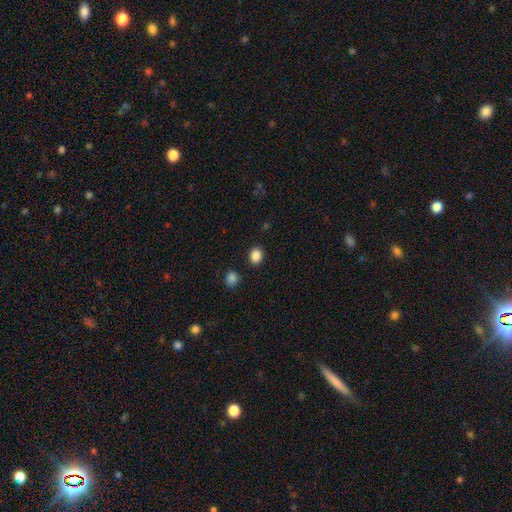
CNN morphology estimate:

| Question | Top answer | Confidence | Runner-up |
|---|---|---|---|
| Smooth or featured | smooth | 87% | star or artifact (10%) |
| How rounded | round | 61% | in between (38%) |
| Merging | none | 88% | minor disturbance (7%) |